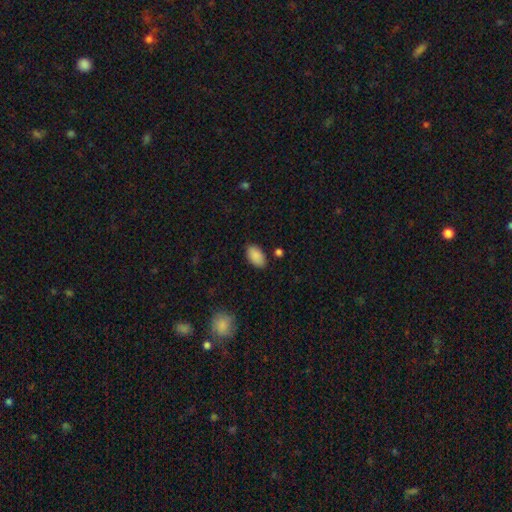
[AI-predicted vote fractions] Morphology: type=smooth (89%); roundness=in between (94%); merging=none (84%).